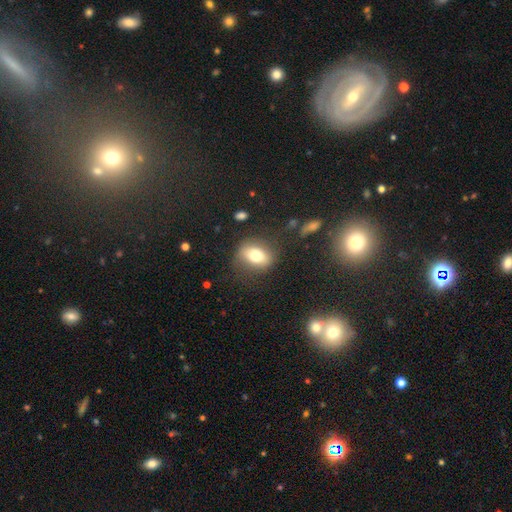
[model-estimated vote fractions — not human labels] Morphology: type=smooth (71%); roundness=in between (65%); merging=none (70%).